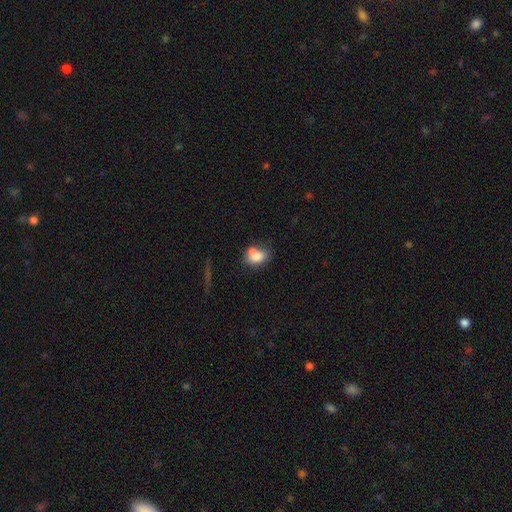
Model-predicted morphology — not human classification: This is likely a smooth galaxy (77%). How rounded: likely in between (68%). Merging: marginally none (37%).